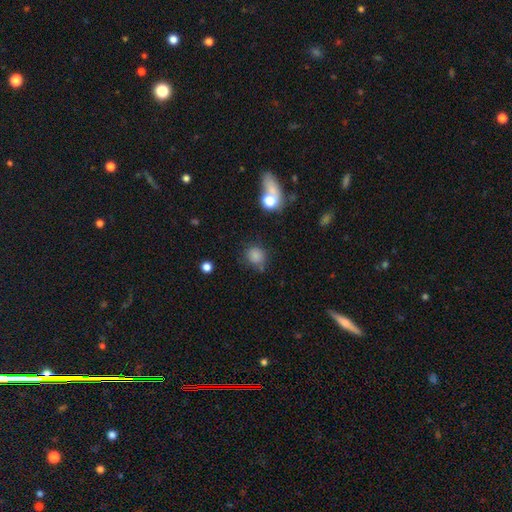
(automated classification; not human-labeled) Smooth or featured? smooth (81%)
How rounded? round (81%)
Merging? none (67%)